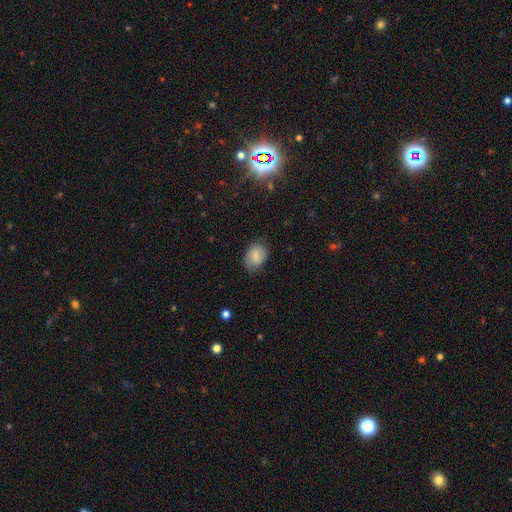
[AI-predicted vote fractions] Q: Smooth or featured?
A: smooth (76%); runner-up: featured or disk (16%)
Q: How rounded?
A: in between (75%); runner-up: round (24%)
Q: Merging?
A: none (74%); runner-up: minor disturbance (20%)